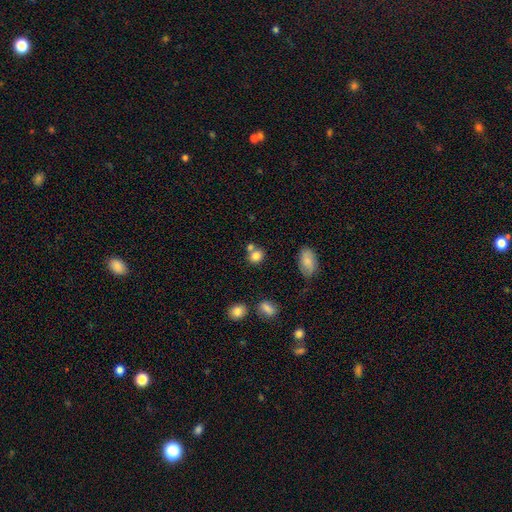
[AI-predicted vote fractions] A smooth galaxy with no disk features (79%) that is round (74%).

Vote fractions:
- Smooth or featured? smooth: 79% / star or artifact: 11% / featured or disk: 9%
- How rounded? round: 74% / in between: 25% / cigar-shaped: 1%
- Merging? none: 53% / merger: 33% / minor disturbance: 11% / major disturbance: 4%